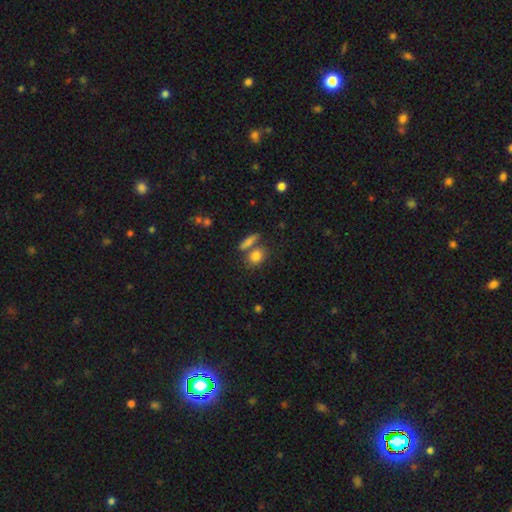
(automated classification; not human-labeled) Smooth or featured? Predicted: smooth (p=0.82). How rounded? Predicted: in between (p=0.51). Merging? Predicted: none (p=0.58).